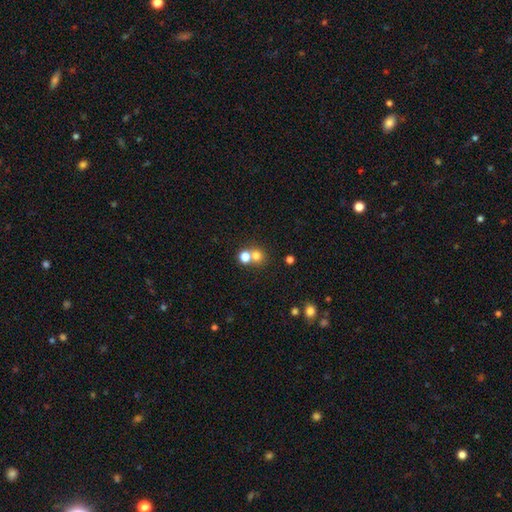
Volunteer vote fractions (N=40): A smooth galaxy with no disk features (70%) that is round (79%). Merging: none (51%).